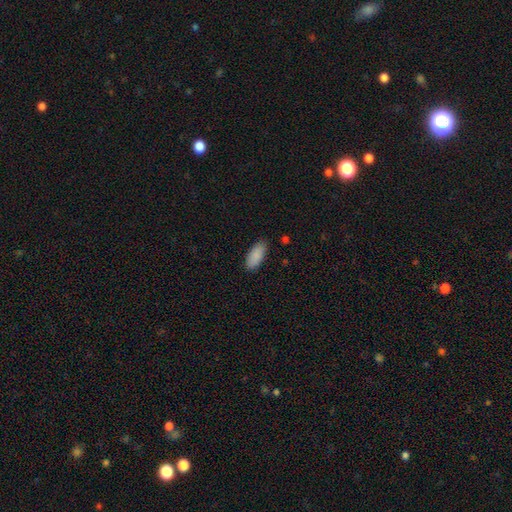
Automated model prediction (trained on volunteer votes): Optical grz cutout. It shows a smooth galaxy with no disk features (90%) that is in between round and cigar-shaped (86%). Merging: none (86%).